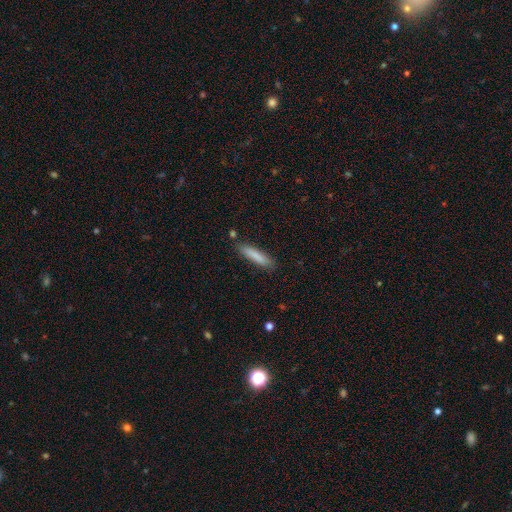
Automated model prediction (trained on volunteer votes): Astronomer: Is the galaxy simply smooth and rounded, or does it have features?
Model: smooth — 83%.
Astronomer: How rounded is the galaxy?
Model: cigar-shaped — 86%.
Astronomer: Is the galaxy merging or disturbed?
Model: none — 83%.